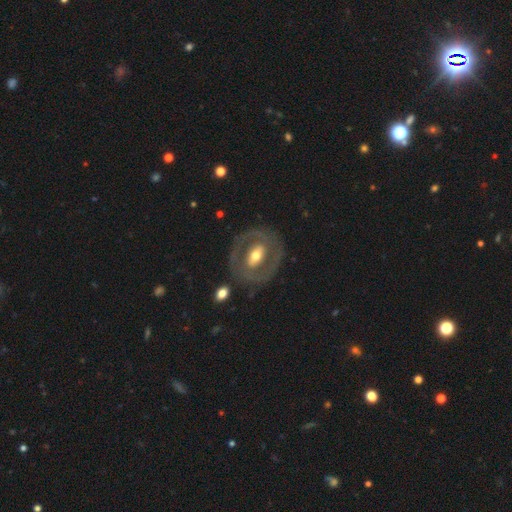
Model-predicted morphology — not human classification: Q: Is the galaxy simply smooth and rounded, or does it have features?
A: featured or disk — 68%.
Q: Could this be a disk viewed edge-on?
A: no — 93%.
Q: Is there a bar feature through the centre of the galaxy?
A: strong — 35%.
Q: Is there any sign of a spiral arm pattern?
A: no — 67%.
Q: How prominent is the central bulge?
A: moderate — 67%.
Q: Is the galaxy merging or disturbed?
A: none — 78%.